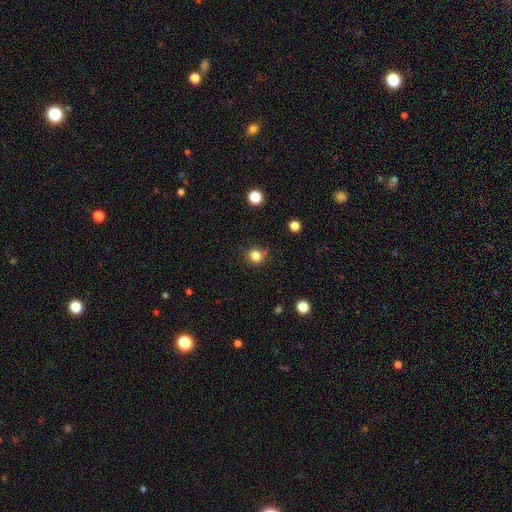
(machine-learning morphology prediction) smooth_or_featured: smooth (p=0.83) [alt: star or artifact p=0.13]
how_rounded: round (p=0.88) [alt: in between p=0.11]
merging: none (p=0.76) [alt: minor disturbance p=0.17]